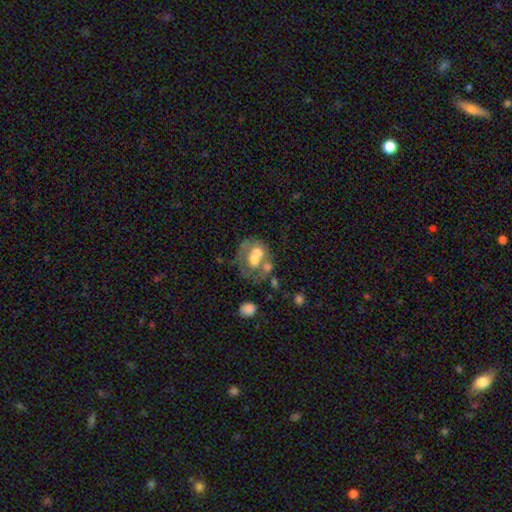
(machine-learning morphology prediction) A featured or disk galaxy (49%). Merging: merger (51%).